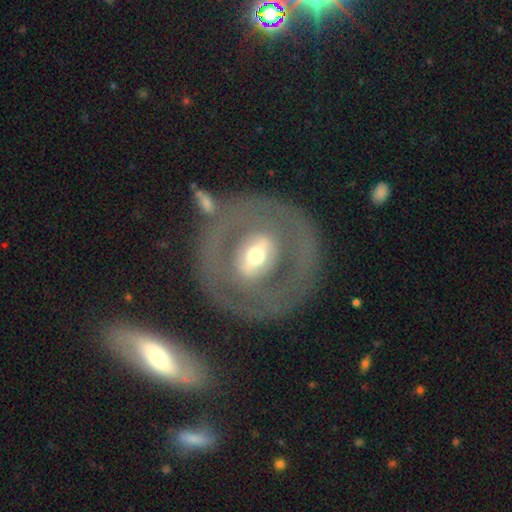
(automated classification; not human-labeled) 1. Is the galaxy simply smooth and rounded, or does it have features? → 68% featured or disk, 26% smooth, 6% star or artifact.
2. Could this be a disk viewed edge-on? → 92% no, 8% yes.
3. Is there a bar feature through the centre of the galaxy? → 36% strong, 33% weak, 31% no.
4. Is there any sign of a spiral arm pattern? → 75% no, 25% yes.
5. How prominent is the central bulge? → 61% moderate, 26% small, 10% large, 2% dominant, 1% none.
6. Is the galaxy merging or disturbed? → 74% none, 11% minor disturbance, 10% major disturbance, 5% merger.